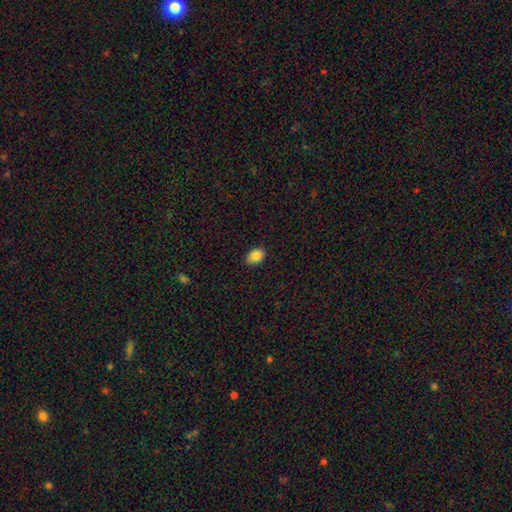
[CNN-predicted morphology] Smooth or featured: smooth — 87% (star or artifact — 8%)
How rounded: in between — 79% (round — 20%)
Merging: none — 84% (minor disturbance — 13%)